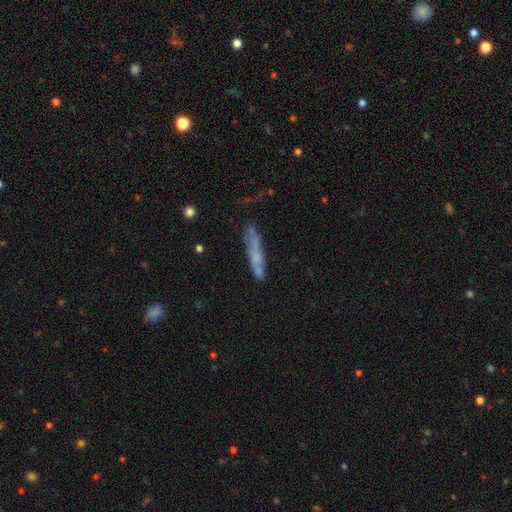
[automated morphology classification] The model was most divided on "smooth or featured": smooth: 50%, featured or disk: 40%, star or artifact: 10%. More confident: merging — none (59%).